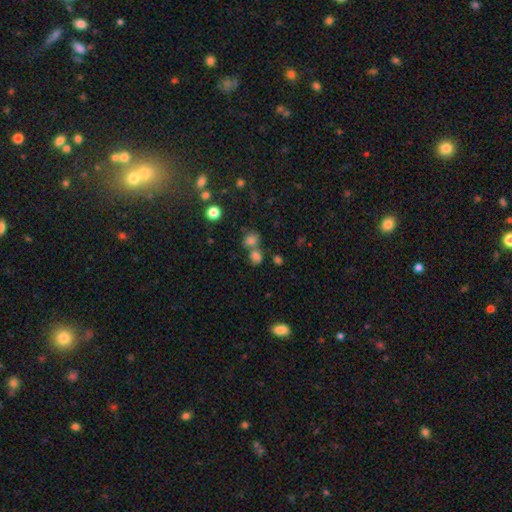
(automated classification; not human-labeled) This appears to be a smooth galaxy with no disk features (77%) that is round (58%). Merging: none (45%).